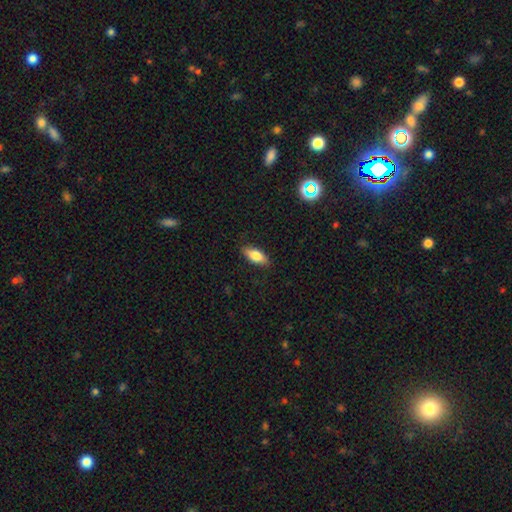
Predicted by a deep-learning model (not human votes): A smooth galaxy with no disk features (78%) that is in between round and cigar-shaped (80%). Merging: none (85%).